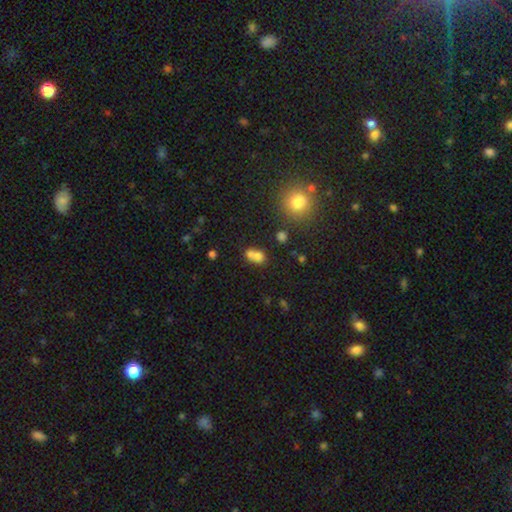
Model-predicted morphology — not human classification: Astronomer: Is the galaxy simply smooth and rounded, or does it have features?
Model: smooth — 72%.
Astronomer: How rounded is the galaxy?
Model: in between — 52% (runner-up: round, 46%).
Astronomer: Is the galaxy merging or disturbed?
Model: merger — 61%.